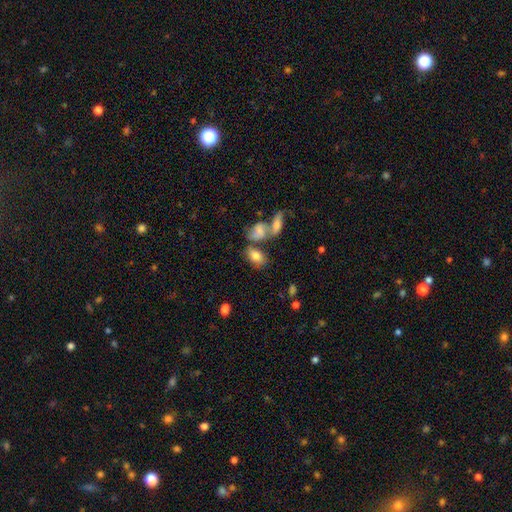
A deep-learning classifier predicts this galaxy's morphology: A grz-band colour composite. It shows a smooth galaxy with no disk features (77%) that is in between round and cigar-shaped (89%). Merging: none (50%).